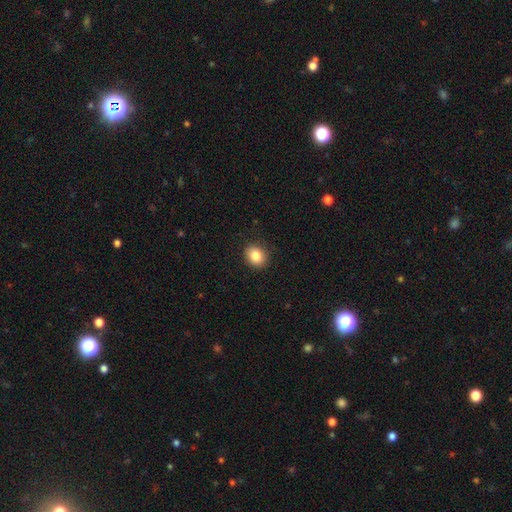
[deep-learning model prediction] The model was most divided on "how rounded": round: 62%, in between: 37%, cigar-shaped: 1%. More confident: merging — none (90%); smooth or featured — smooth (84%).